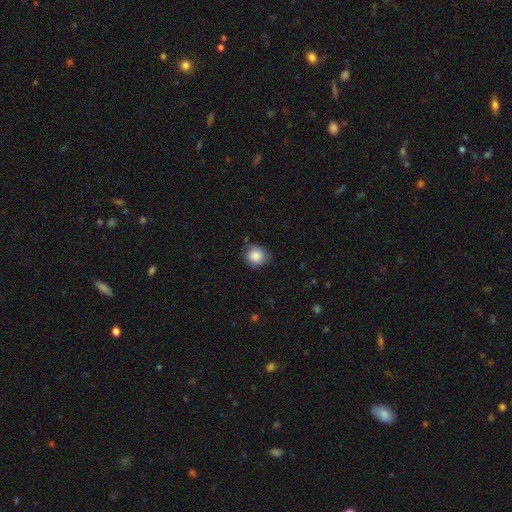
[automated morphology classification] smooth_or_featured: smooth (p=0.85) [alt: star or artifact p=0.08]
how_rounded: round (p=0.80) [alt: in between p=0.19]
merging: none (p=0.74) [alt: minor disturbance p=0.20]